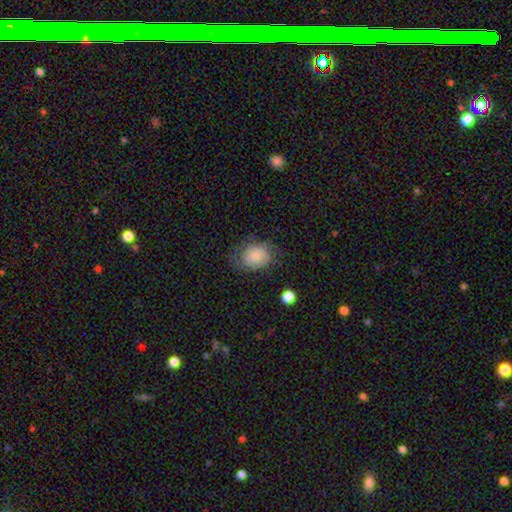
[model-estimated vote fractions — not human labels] A smooth galaxy with no disk features (62%) that is in between round and cigar-shaped (61%).

Vote fractions:
- Smooth or featured? smooth: 62% / featured or disk: 29% / star or artifact: 9%
- How rounded? in between: 61% / round: 38% / cigar-shaped: 1%
- Merging? none: 57% / minor disturbance: 26% / major disturbance: 16% / merger: 2%